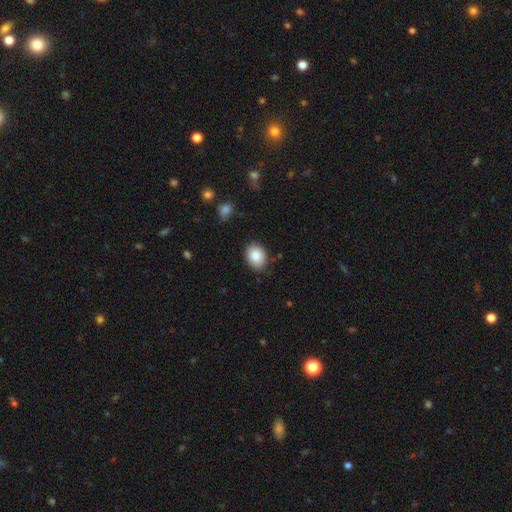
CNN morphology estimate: A smooth galaxy with no disk features (86%) that is in between round and cigar-shaped (65%).

Vote fractions:
- Smooth or featured? smooth: 86% / star or artifact: 8% / featured or disk: 7%
- How rounded? in between: 65% / round: 34% / cigar-shaped: 1%
- Merging? none: 83% / minor disturbance: 13% / major disturbance: 2% / merger: 1%